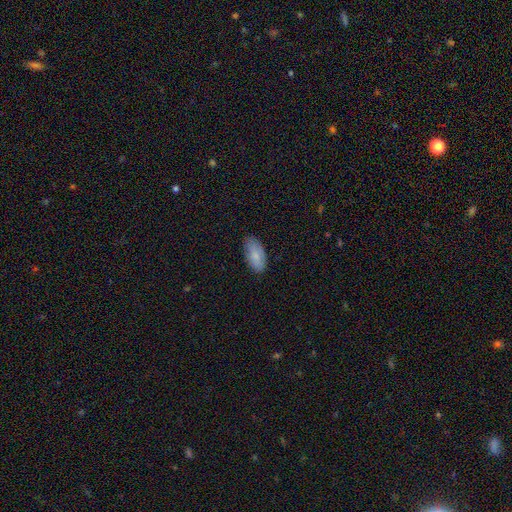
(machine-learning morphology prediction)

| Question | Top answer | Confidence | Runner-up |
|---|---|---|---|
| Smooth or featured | smooth | 82% | featured or disk (11%) |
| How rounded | in between | 93% | cigar-shaped (5%) |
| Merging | none | 79% | minor disturbance (17%) |